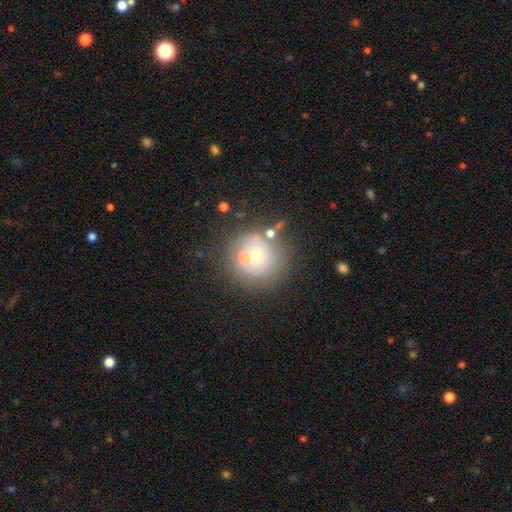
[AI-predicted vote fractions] smooth-or-featured: smooth: 57% | featured or disk: 28% | star or artifact: 16%
  how-rounded: round: 93% | in between: 6% | cigar-shaped: 1%
  merging: none: 60% | merger: 23% | minor disturbance: 11% | major disturbance: 6%